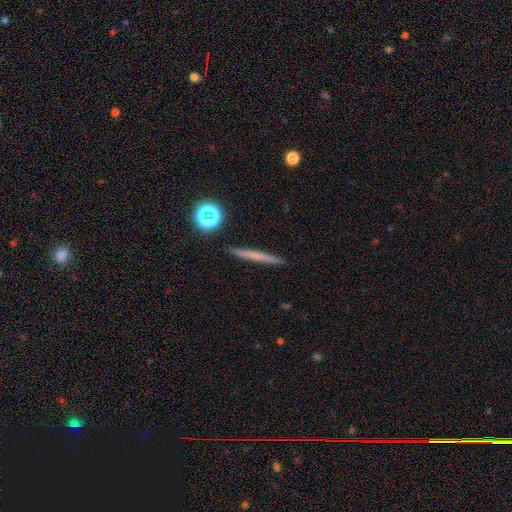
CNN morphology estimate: This is possibly a smooth galaxy (56%). How rounded: clearly cigar-shaped (95%). Merging: clearly none (92%).